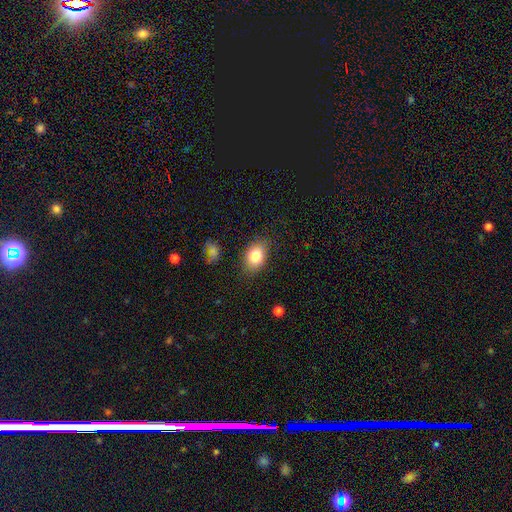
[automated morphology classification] A smooth galaxy with no disk features (83%) that is in between round and cigar-shaped (79%).

Vote fractions:
- Smooth or featured? smooth: 83% / featured or disk: 9% / star or artifact: 8%
- How rounded? in between: 79% / round: 20% / cigar-shaped: 1%
- Merging? none: 81% / minor disturbance: 14% / major disturbance: 3% / merger: 2%